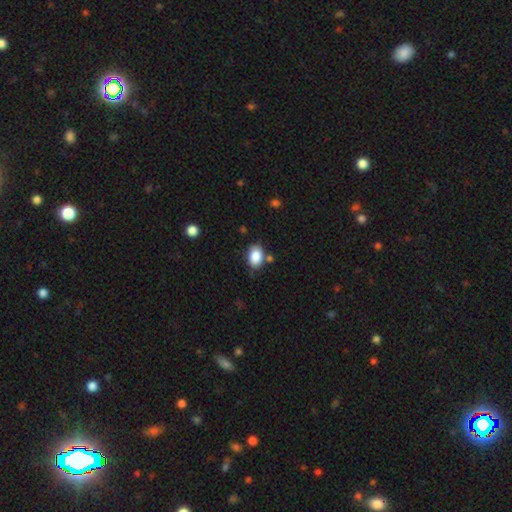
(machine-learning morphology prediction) Smooth or featured? smooth (86%)
How rounded? in between (78%)
Merging? none (75%)